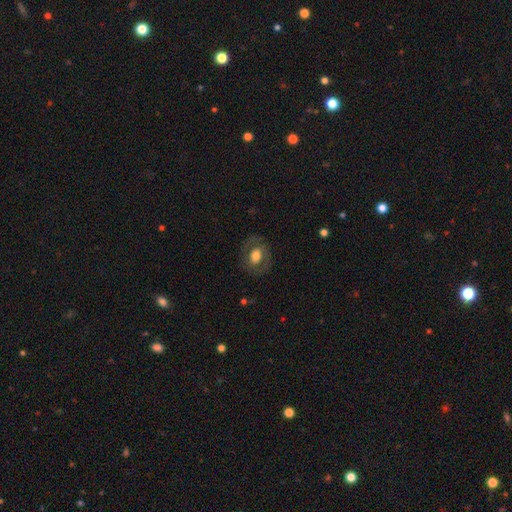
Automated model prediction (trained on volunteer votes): The model was most divided on "how rounded": in between: 53%, round: 45%, cigar-shaped: 1%. More confident: merging — none (78%); smooth or featured — smooth (52%).